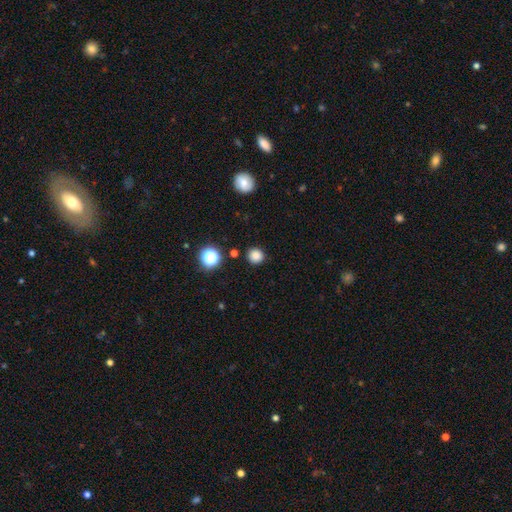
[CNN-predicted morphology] The model was most divided on "smooth or featured": smooth: 83%, star or artifact: 14%, featured or disk: 4%. More confident: how rounded — round (92%); merging — none (89%).